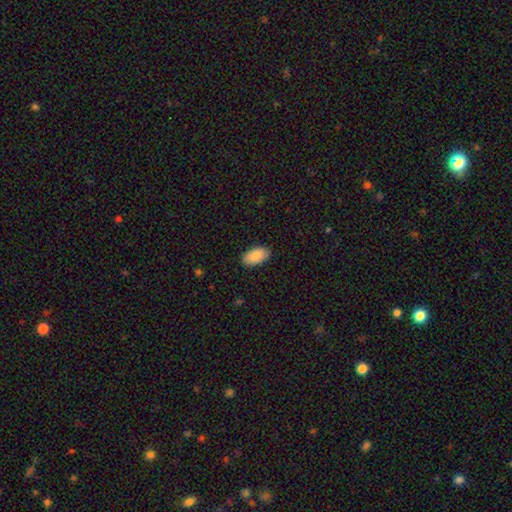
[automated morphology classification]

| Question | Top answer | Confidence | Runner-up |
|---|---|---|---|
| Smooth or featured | smooth | 89% | star or artifact (6%) |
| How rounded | in between | 95% | round (3%) |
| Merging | none | 88% | minor disturbance (9%) |